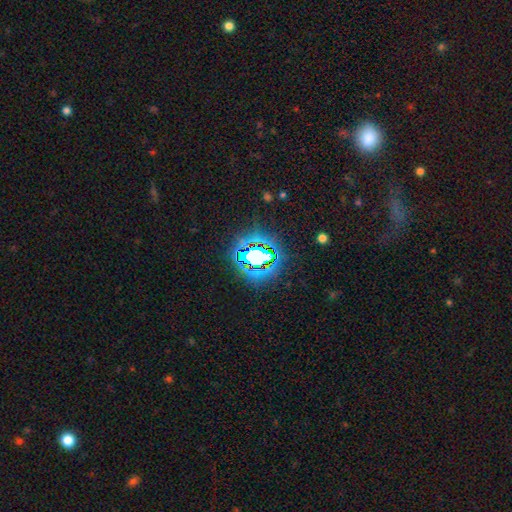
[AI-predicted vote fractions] This is likely a star or artifact rather than a galaxy (71%).